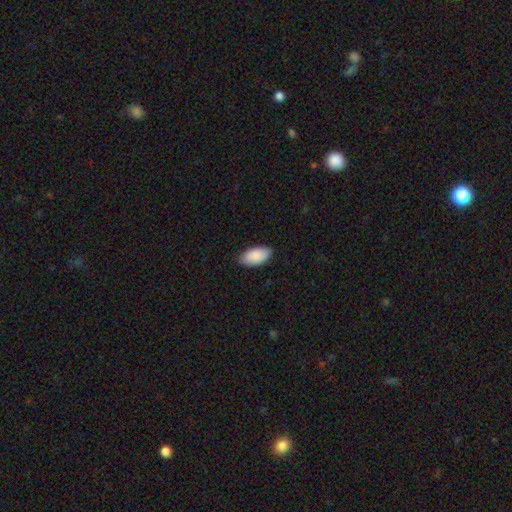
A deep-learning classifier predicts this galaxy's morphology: Smooth or featured: smooth — 90% (star or artifact — 6%)
How rounded: in between — 95% (cigar-shaped — 3%)
Merging: none — 84% (minor disturbance — 13%)